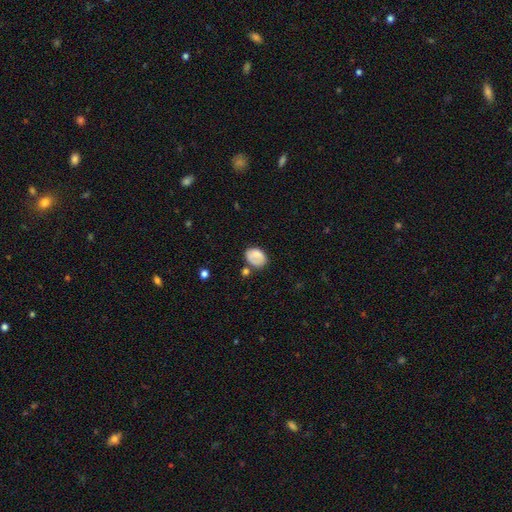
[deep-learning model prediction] smooth-or-featured: smooth: 69% | featured or disk: 23% | star or artifact: 9%
  how-rounded: in between: 71% | round: 28% | cigar-shaped: 1%
  merging: none: 55% | minor disturbance: 24% | merger: 11% | major disturbance: 10%